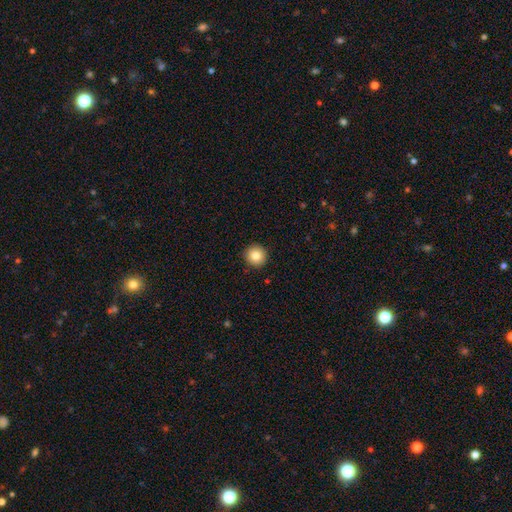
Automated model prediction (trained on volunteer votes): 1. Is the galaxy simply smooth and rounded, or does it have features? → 83% smooth, 10% star or artifact, 7% featured or disk.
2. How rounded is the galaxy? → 95% round, 4% in between, 1% cigar-shaped.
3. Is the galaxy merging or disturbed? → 93% none, 5% minor disturbance, 1% major disturbance, 1% merger.